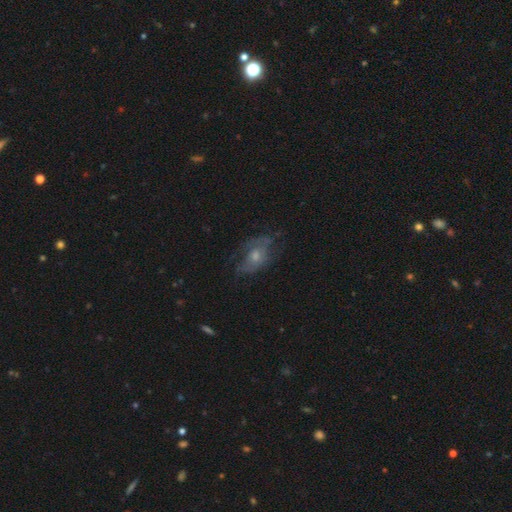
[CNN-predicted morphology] type=featured or disk (56%); edge-on=no (92%); bar=no (80%); spiral arms=yes (58%); bulge=moderate (53%); merging=none (57%).